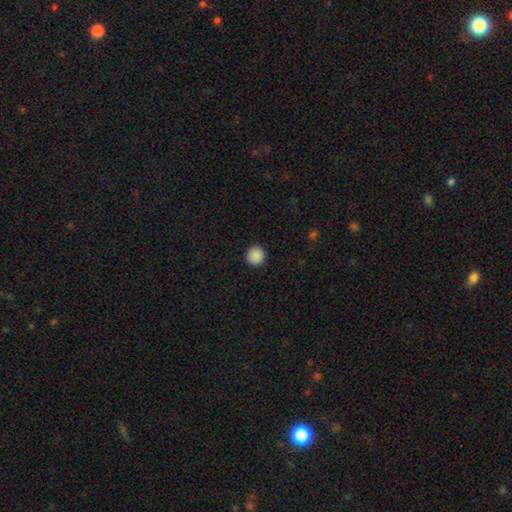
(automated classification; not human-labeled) Overall: smooth (89%). How rounded: round (95%). Merging: none (93%).